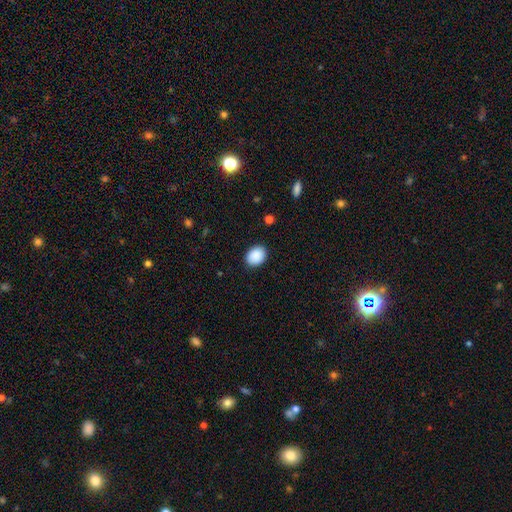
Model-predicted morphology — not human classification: Q: Smooth or featured?
A: smooth (90%); runner-up: star or artifact (7%)
Q: How rounded?
A: in between (63%); runner-up: round (36%)
Q: Merging?
A: none (89%); runner-up: minor disturbance (8%)